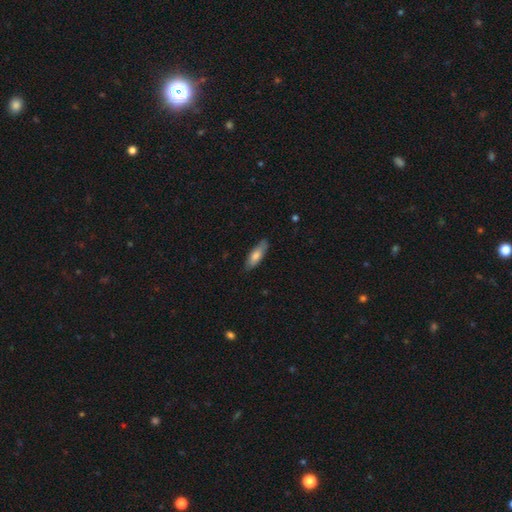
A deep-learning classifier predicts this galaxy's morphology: type=smooth (74%); roundness=in between (57%); merging=none (81%).